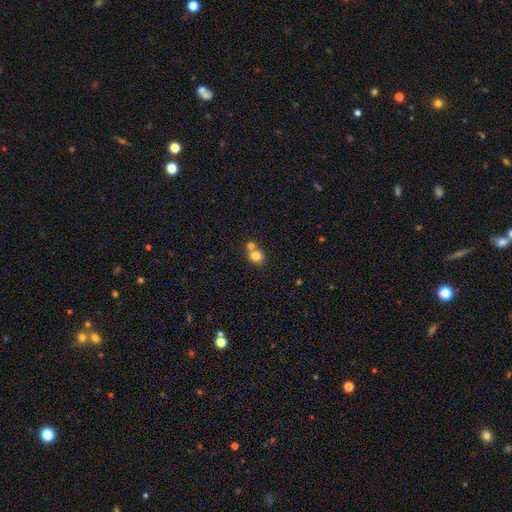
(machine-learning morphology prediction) The model was most divided on "merging": merger: 46%, none: 44%, minor disturbance: 8%, major disturbance: 3%. More confident: smooth or featured — smooth (79%); how rounded — round (78%).